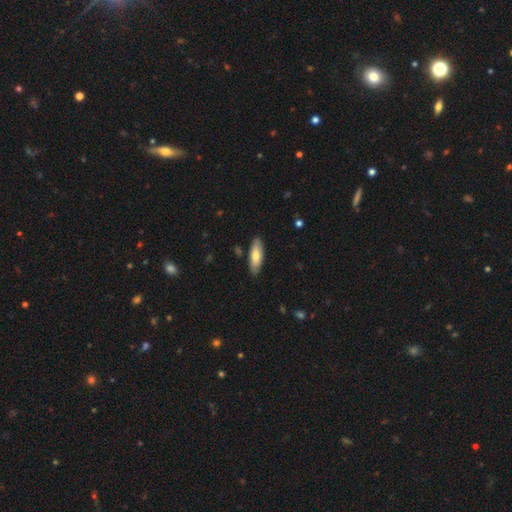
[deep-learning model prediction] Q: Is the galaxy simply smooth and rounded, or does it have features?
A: smooth — 71%.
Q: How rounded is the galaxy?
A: in between — 61%.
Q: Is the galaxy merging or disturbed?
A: none — 87%.